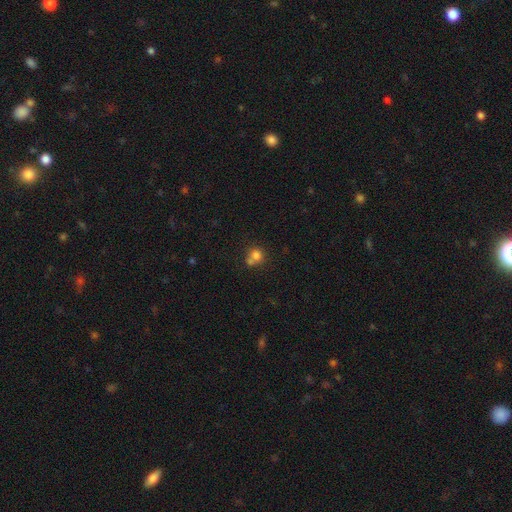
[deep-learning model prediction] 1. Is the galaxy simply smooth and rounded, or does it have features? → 77% smooth, 12% star or artifact, 10% featured or disk.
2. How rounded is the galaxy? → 83% round, 16% in between, 1% cigar-shaped.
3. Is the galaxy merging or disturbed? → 47% none, 38% merger, 11% minor disturbance, 4% major disturbance.